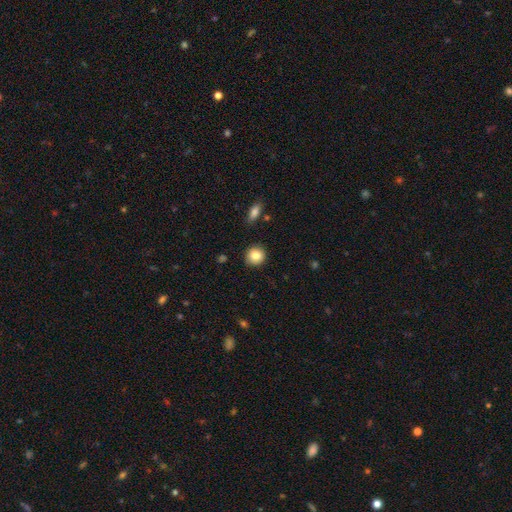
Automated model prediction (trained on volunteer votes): Smooth or featured? smooth (83%)
How rounded? round (91%)
Merging? none (88%)